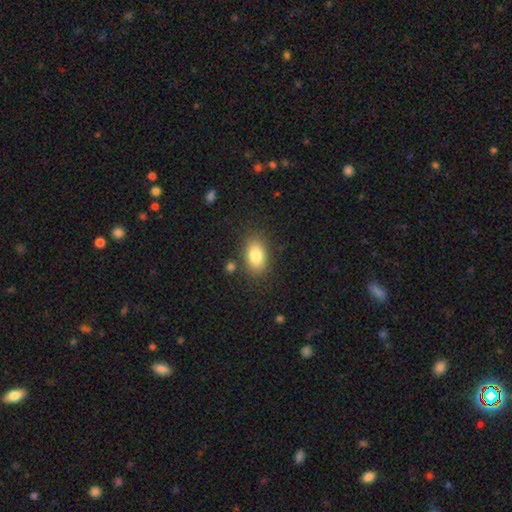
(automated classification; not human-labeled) Morphology: type=smooth (83%); roundness=in between (87%); merging=none (83%).